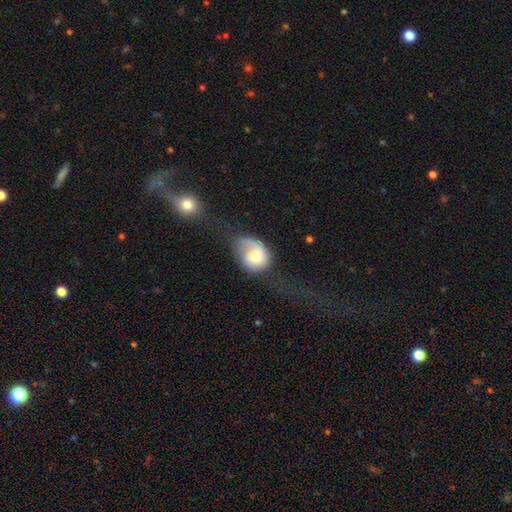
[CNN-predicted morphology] This is likely a smooth galaxy (60%). How rounded: possibly in between (57%). Merging: marginally major disturbance (42%).